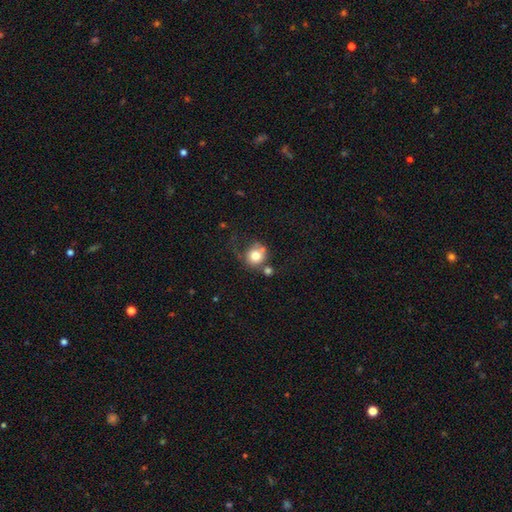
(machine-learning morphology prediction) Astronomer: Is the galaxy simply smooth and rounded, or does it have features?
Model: smooth — 76%.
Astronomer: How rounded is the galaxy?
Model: round — 84%.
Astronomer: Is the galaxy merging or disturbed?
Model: none — 45% (runner-up: merger, 21%).